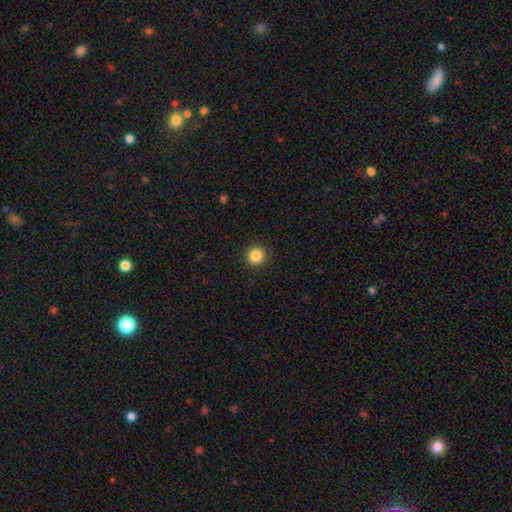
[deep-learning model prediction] smooth-or-featured: smooth: 86% | star or artifact: 11% | featured or disk: 4%
  how-rounded: round: 95% | in between: 4% | cigar-shaped: 1%
  merging: none: 93% | minor disturbance: 5% | major disturbance: 2% | merger: 1%